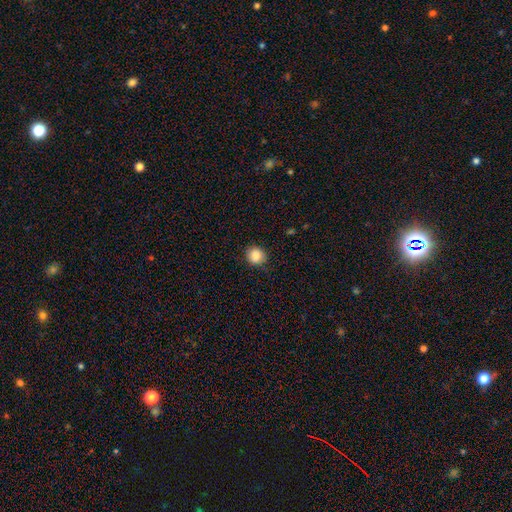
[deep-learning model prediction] Smooth or featured? Predicted: smooth (p=0.88). How rounded? Predicted: round (p=0.82). Merging? Predicted: none (p=0.85).